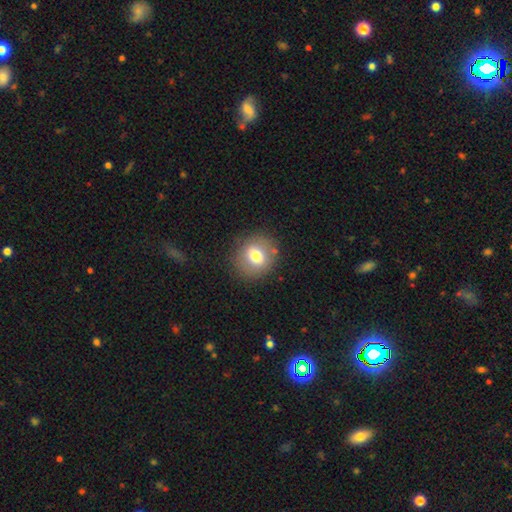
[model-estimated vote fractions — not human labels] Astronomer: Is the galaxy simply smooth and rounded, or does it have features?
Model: smooth — 71%.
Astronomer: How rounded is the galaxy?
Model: round — 77%.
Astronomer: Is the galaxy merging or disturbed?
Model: none — 83%.